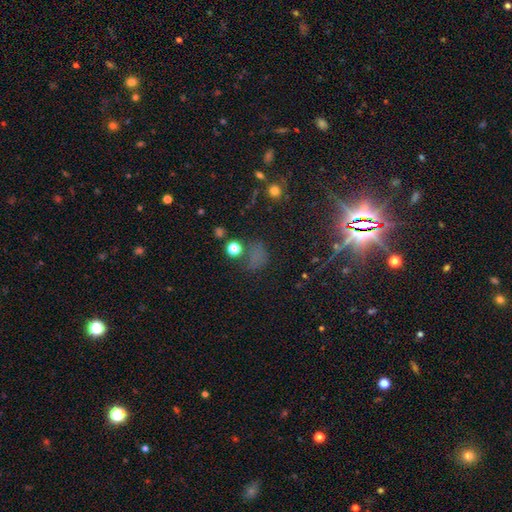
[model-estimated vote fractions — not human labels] Smooth or featured?
  - star or artifact: 47% *
  - smooth: 44%
  - featured or disk: 9%